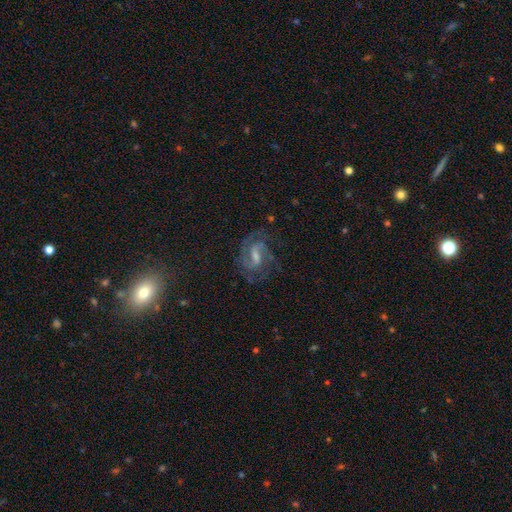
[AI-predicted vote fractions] A featured or disk galaxy (79%) with a weak bar (53%), 2 (59%) medium (49%) spiral arms (95%) and a moderate central bulge (40%).

Vote fractions:
- Smooth or featured? featured or disk: 79% / star or artifact: 11% / smooth: 10%
- Edge-on disk? no: 96% / yes: 4%
- Bar? weak: 53% / strong: 27% / no: 19%
- Spiral arms? yes: 95% / no: 5%
- Spiral winding? medium: 49% / tight: 37% / loose: 14%
- Spiral arm count? 2: 59% / can't tell: 15% / 3: 14% / 1: 5% / 4: 4% / more than 4: 3%
- Bulge size? moderate: 40% / small: 38% / none: 14% / large: 7% / dominant: 1%
- Merging? none: 70% / minor disturbance: 16% / major disturbance: 11% / merger: 2%